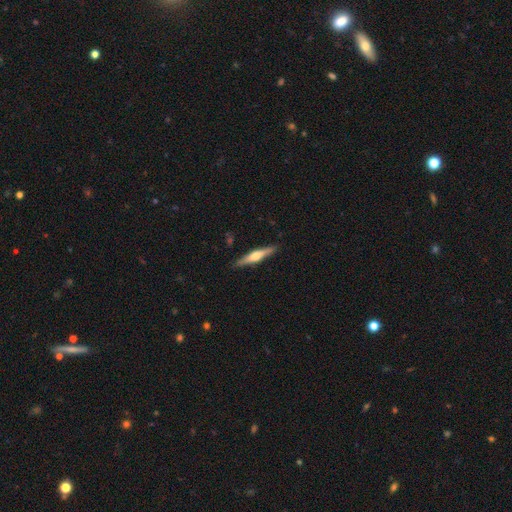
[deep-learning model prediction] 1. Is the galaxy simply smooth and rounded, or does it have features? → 62% featured or disk, 32% smooth, 5% star or artifact.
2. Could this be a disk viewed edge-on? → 97% yes, 3% no.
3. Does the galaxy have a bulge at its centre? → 80% rounded, 14% boxy, 6% none.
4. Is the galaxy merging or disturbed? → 89% none, 8% minor disturbance, 2% major disturbance, 1% merger.